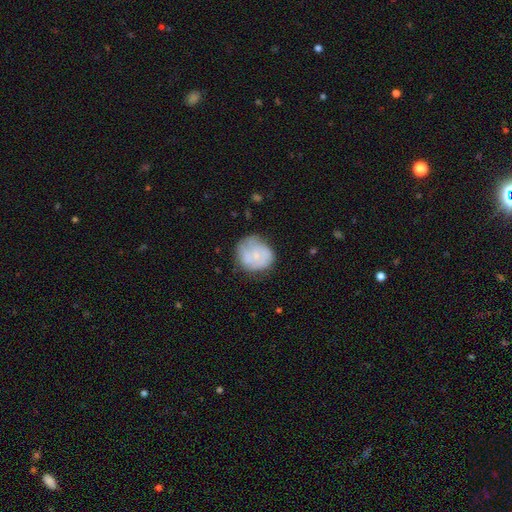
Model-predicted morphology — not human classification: type=featured or disk (46%, tied with smooth); merging=none (62%).